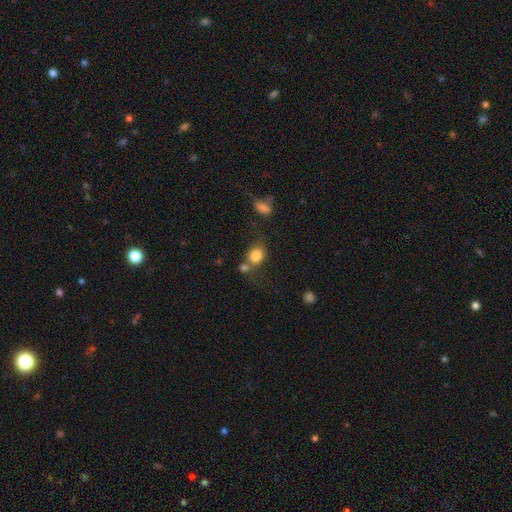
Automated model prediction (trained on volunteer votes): Q: Smooth or featured?
A: smooth (81%); runner-up: star or artifact (10%)
Q: How rounded?
A: round (55%); runner-up: in between (43%)
Q: Merging?
A: none (49%); runner-up: merger (27%)